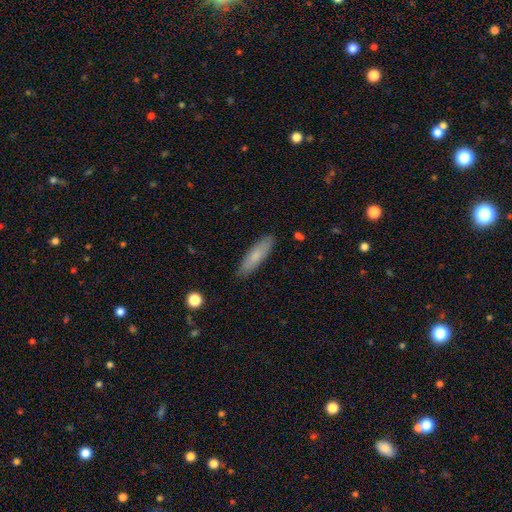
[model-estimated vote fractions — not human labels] Smooth or featured? smooth (75%)
How rounded? cigar-shaped (68%)
Merging? none (87%)